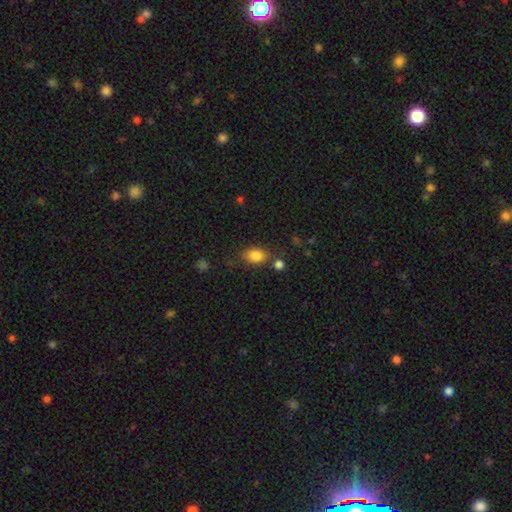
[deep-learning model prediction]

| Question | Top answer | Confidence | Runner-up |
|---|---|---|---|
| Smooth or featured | smooth | 84% | star or artifact (10%) |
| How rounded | in between | 76% | round (22%) |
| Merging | none | 69% | minor disturbance (16%) |